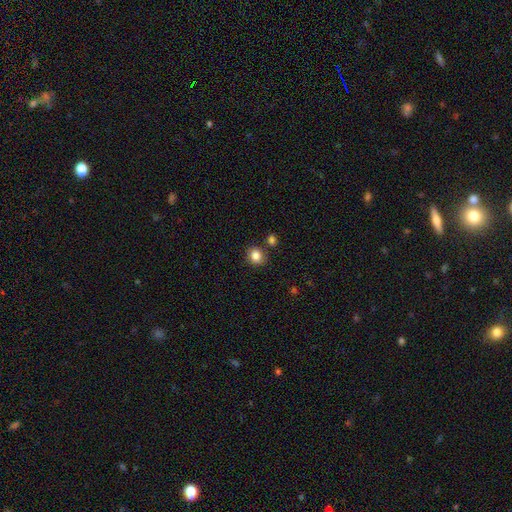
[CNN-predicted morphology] A smooth galaxy with no disk features (85%) that is round (79%).

Vote fractions:
- Smooth or featured? smooth: 85% / star or artifact: 10% / featured or disk: 5%
- How rounded? round: 79% / in between: 20% / cigar-shaped: 1%
- Merging? none: 82% / minor disturbance: 9% / merger: 7% / major disturbance: 2%